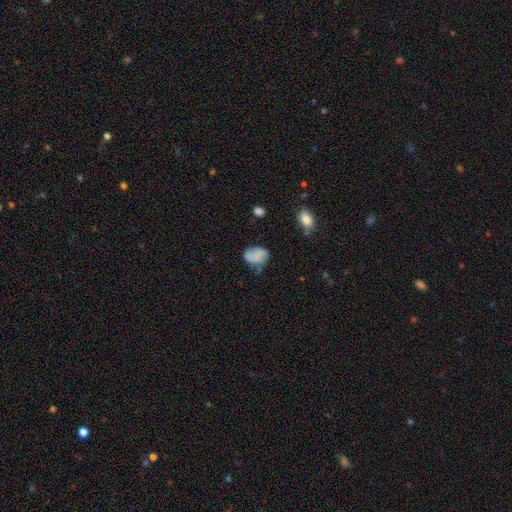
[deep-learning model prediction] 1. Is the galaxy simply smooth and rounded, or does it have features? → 67% smooth, 24% featured or disk, 10% star or artifact.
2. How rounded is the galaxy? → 73% in between, 26% round, 1% cigar-shaped.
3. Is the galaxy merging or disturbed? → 47% none, 32% minor disturbance, 13% major disturbance, 8% merger.